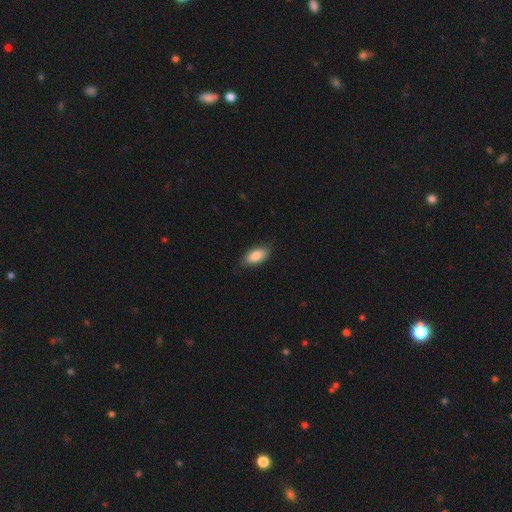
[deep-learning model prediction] Smooth or featured?
  - smooth: 87% *
  - featured or disk: 7%
  - star or artifact: 6%
How rounded?
  - in between: 90% *
  - cigar-shaped: 7%
  - round: 3%
Merging?
  - none: 82% *
  - minor disturbance: 15%
  - major disturbance: 3%
  - merger: 1%